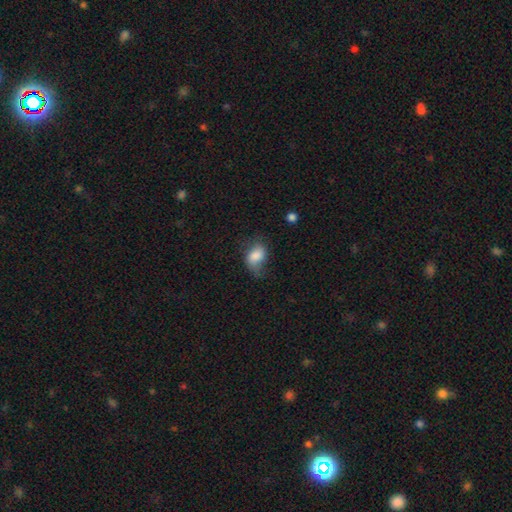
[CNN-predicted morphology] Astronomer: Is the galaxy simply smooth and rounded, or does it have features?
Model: smooth — 77%.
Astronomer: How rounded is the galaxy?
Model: in between — 82%.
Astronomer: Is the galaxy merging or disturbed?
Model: none — 39% (runner-up: minor disturbance, 35%).